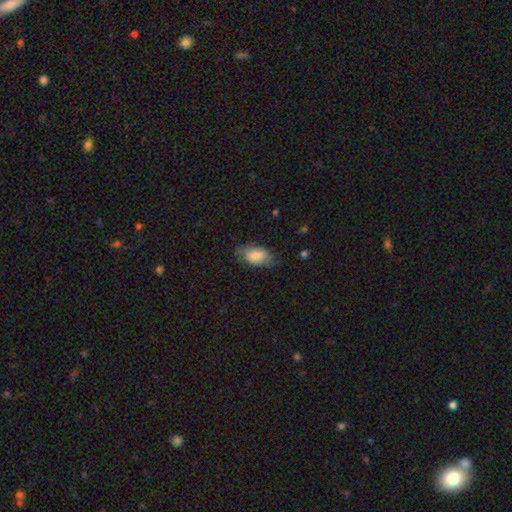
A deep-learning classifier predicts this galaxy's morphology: type=smooth (77%); roundness=in between (92%); merging=none (64%).